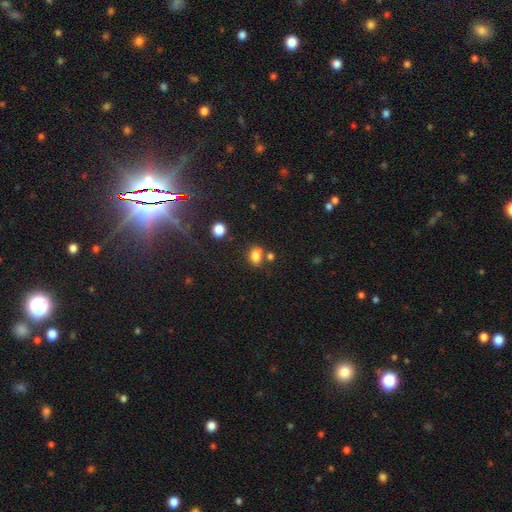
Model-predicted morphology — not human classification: Overall: smooth (81%). How rounded: in between (70%). Merging: none (63%).